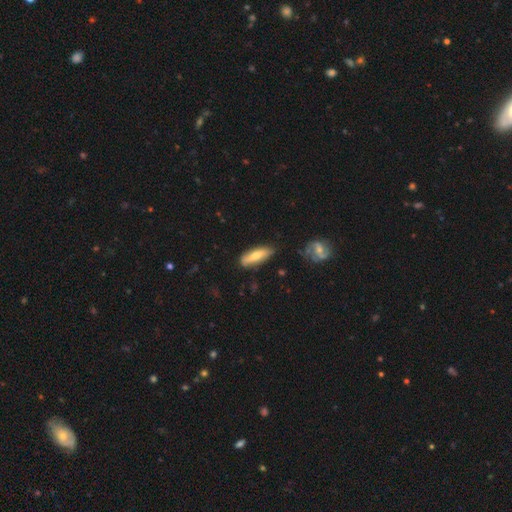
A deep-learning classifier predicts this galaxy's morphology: Overall: smooth (56%; featured or disk 38%). How rounded: cigar-shaped (50%; in between 48%). Merging: none (77%).